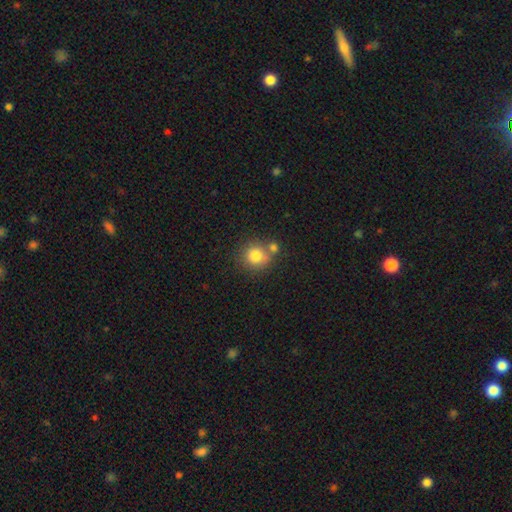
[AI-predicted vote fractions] smooth 80%, star or artifact 10%, featured or disk 9%. Down the decision tree: how rounded — round (86%); merging — none (58%).